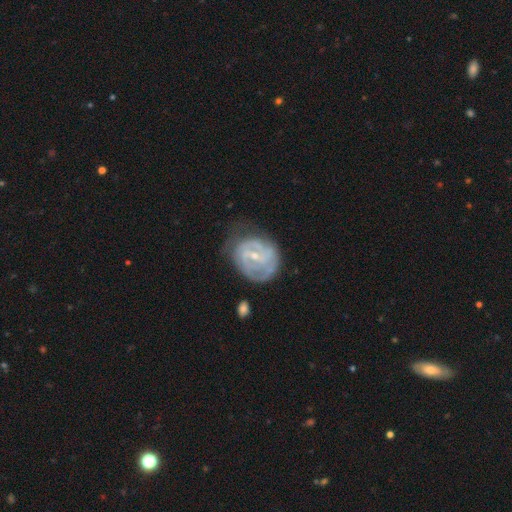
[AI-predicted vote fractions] Overall: featured or disk (77%). Edge-on disk: no (97%). Bar: weak (51%; no 32%). Spiral arms: yes (83%). Spiral arm count: can't tell (38%; 2 37%). Spiral winding: tight (56%; medium 33%). Bulge size: small (69%). Merging: none (51%; minor disturbance 28%).